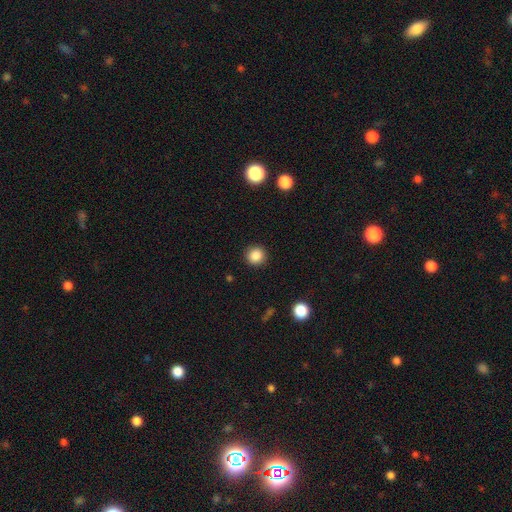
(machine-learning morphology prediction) Smooth or featured? Predicted: smooth (p=0.86). How rounded? Predicted: round (p=0.92). Merging? Predicted: none (p=0.91).